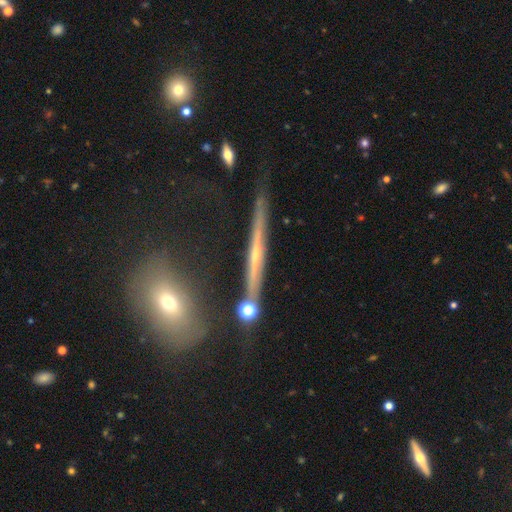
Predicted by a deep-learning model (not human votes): Smooth or featured? featured or disk (70%)
Edge-on disk? yes (93%)
Edge-on bulge? rounded (49%)
Merging? none (70%)